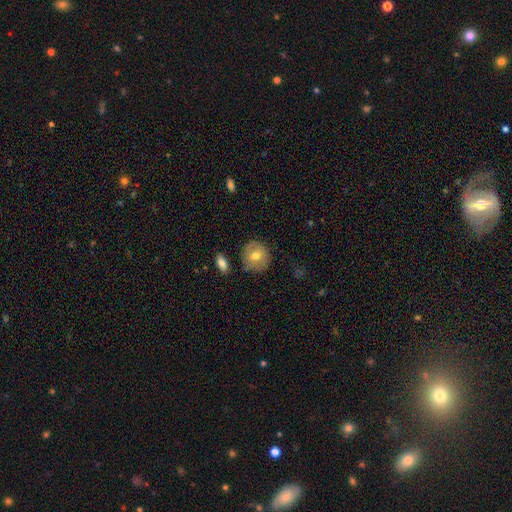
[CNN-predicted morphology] This is likely a smooth galaxy (68%). How rounded: clearly round (84%). Merging: likely none (78%).